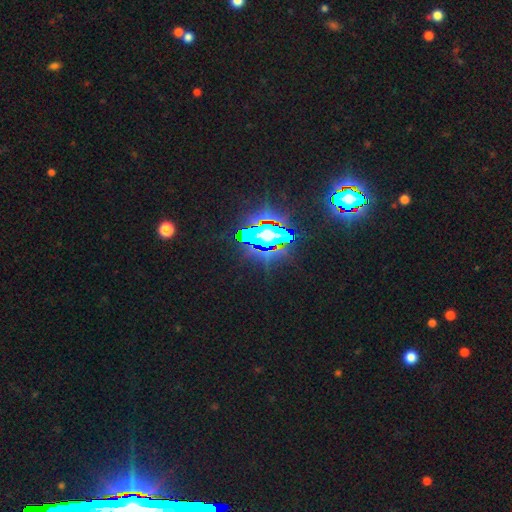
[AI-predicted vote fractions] Smooth or featured: star or artifact — 85% (smooth — 8%)